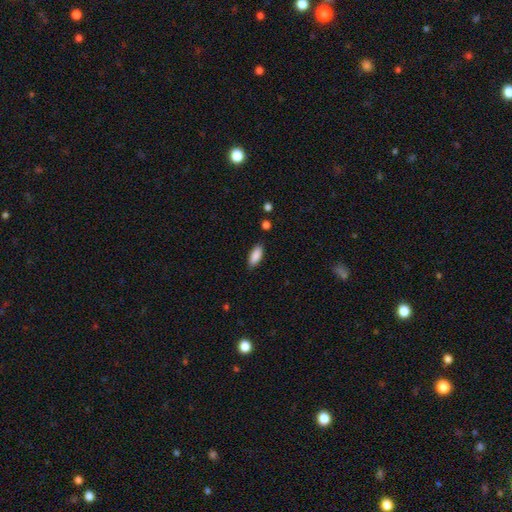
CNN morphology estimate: Smooth or featured?
  - smooth: 89% *
  - star or artifact: 6%
  - featured or disk: 5%
How rounded?
  - in between: 82% *
  - cigar-shaped: 16%
  - round: 2%
Merging?
  - none: 86% *
  - minor disturbance: 10%
  - major disturbance: 2%
  - merger: 2%